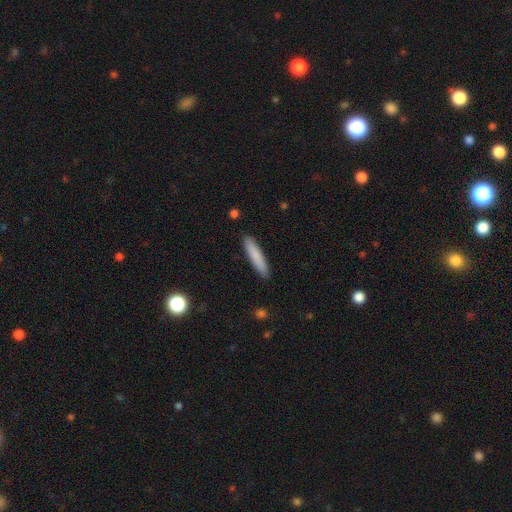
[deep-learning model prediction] This appears to be a smooth galaxy with no disk features (82%) that is cigar-shaped (89%). Merging: none (90%).